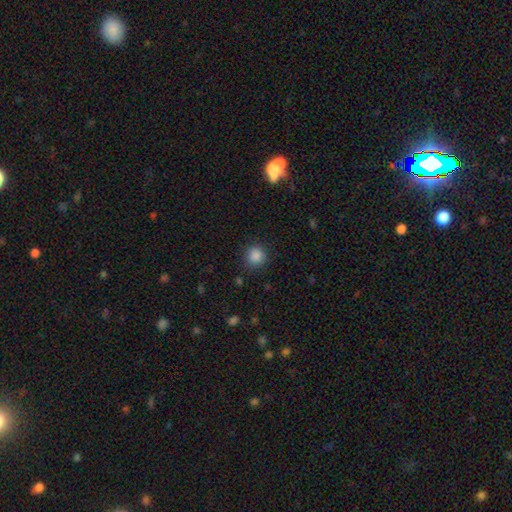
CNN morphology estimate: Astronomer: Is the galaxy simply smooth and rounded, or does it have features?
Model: smooth — 86%.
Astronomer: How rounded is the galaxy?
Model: round — 92%.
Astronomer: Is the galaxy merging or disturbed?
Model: none — 88%.